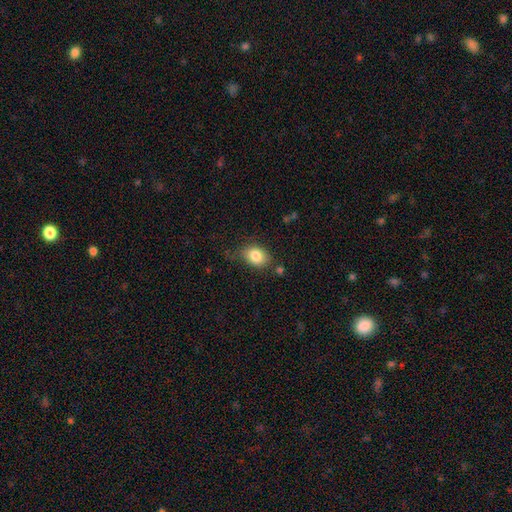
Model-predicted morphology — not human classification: Overall: smooth (83%). How rounded: in between (67%; round 32%). Merging: none (70%).